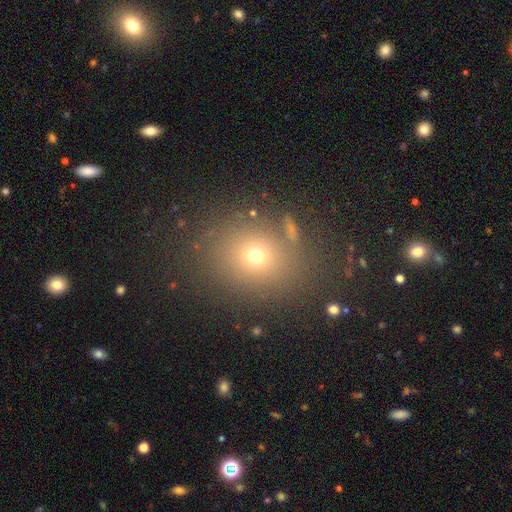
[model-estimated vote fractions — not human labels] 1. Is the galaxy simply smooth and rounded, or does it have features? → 67% smooth, 21% star or artifact, 12% featured or disk.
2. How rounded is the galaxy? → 70% round, 28% in between, 1% cigar-shaped.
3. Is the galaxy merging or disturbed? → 80% none, 10% minor disturbance, 5% major disturbance, 5% merger.